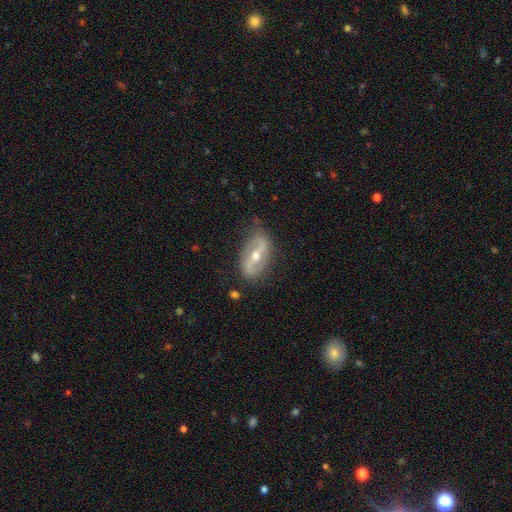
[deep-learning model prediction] smooth_or_featured: featured or disk (p=0.80) [alt: smooth p=0.14]
disk_edge_on: no (p=0.91) [alt: yes p=0.09]
bar: strong (p=0.62) [alt: weak p=0.25]
has_spiral_arms: yes (p=0.73) [alt: no p=0.27]
spiral_winding: loose (p=0.46) [alt: medium p=0.34]
spiral_arm_count: 2 (p=0.86) [alt: can't tell p=0.08]
bulge_size: moderate (p=0.57) [alt: small p=0.39]
merging: none (p=0.76) [alt: minor disturbance p=0.17]